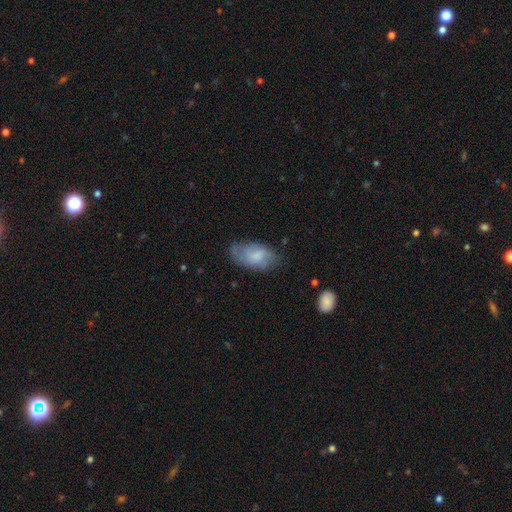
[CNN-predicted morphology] This is likely a smooth galaxy (61%). How rounded: clearly in between (93%). Merging: likely none (62%).